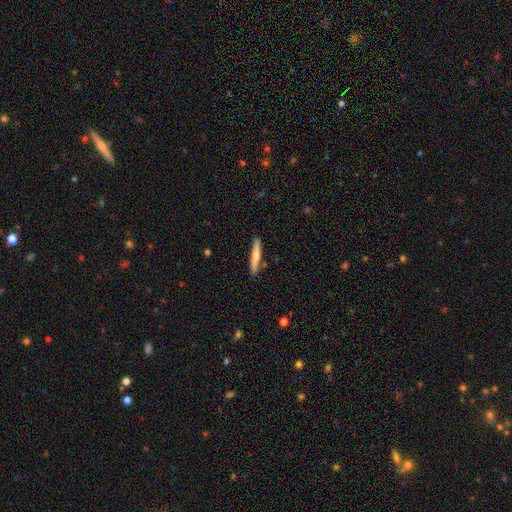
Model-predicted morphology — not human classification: type=smooth (58%); roundness=cigar-shaped (92%); merging=none (87%).